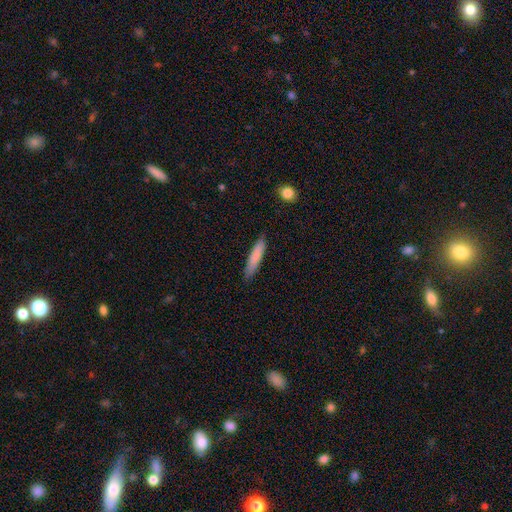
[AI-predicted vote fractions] A smooth galaxy with no disk features (80%) that is cigar-shaped (88%). Merging: none (86%).